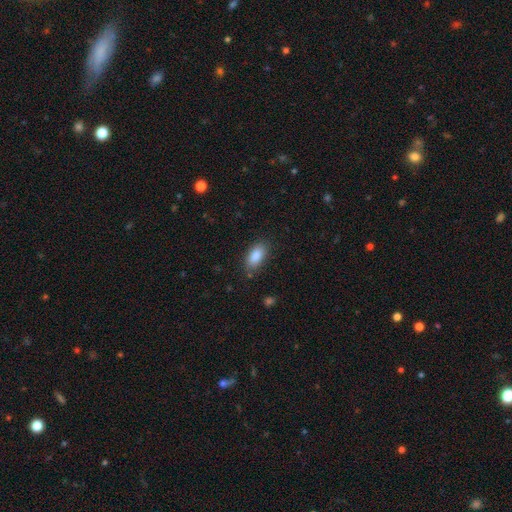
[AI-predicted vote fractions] A smooth galaxy with no disk features (87%) that is in between round and cigar-shaped (90%).

Vote fractions:
- Smooth or featured? smooth: 87% / star or artifact: 7% / featured or disk: 6%
- How rounded? in between: 90% / cigar-shaped: 7% / round: 3%
- Merging? none: 83% / minor disturbance: 12% / major disturbance: 3% / merger: 2%